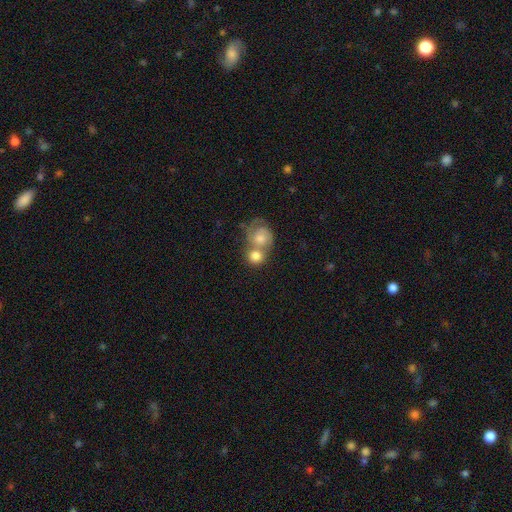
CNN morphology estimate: This appears to be a smooth galaxy with no disk features (68%) that is round (78%). Merging: merger (59%).